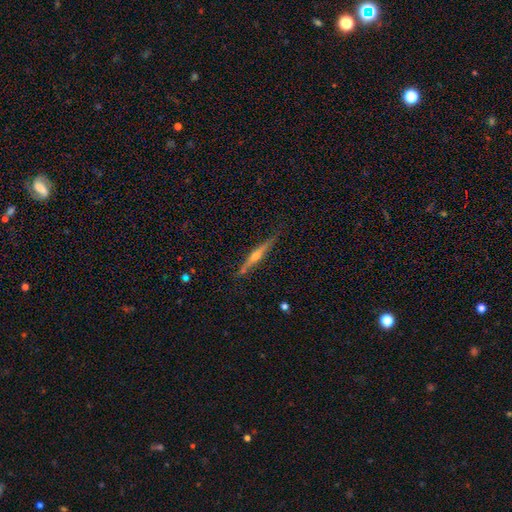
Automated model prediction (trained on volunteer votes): The model was most divided on "smooth or featured": featured or disk: 74%, smooth: 20%, star or artifact: 6%. More confident: edge-on disk — yes (98%); edge-on bulge — rounded (88%); merging — none (84%).